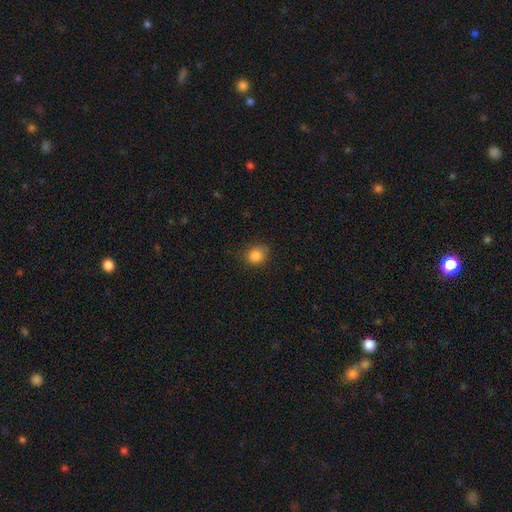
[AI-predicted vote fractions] Q: Smooth or featured?
A: smooth (85%); runner-up: star or artifact (11%)
Q: How rounded?
A: round (79%); runner-up: in between (20%)
Q: Merging?
A: none (76%); runner-up: minor disturbance (19%)